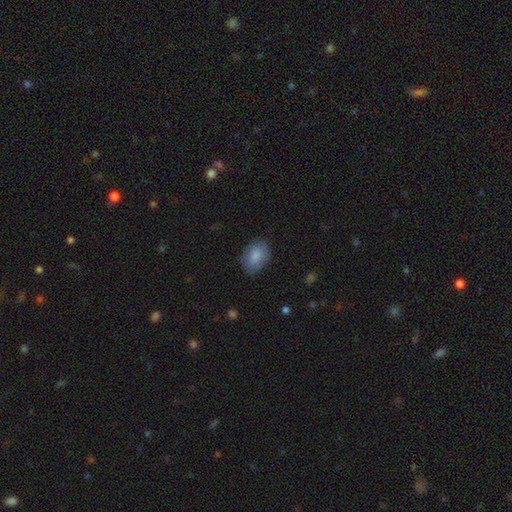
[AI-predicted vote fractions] smooth 84%, featured or disk 9%, star or artifact 7%. Down the decision tree: how rounded — in between (83%); merging — none (76%).